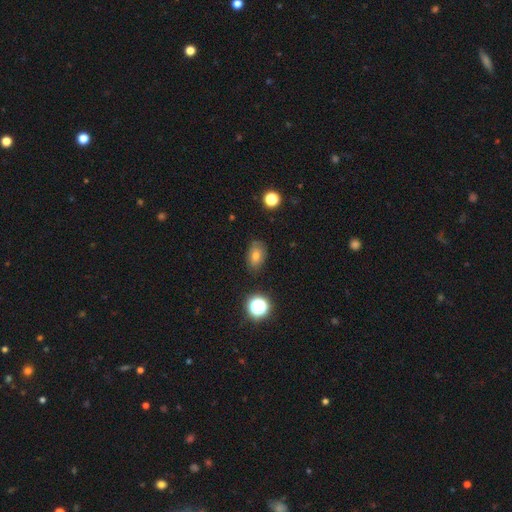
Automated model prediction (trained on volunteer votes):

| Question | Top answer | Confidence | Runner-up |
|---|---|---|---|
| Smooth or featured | smooth | 69% | featured or disk (16%) |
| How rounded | in between | 80% | round (19%) |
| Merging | none | 77% | minor disturbance (17%) |